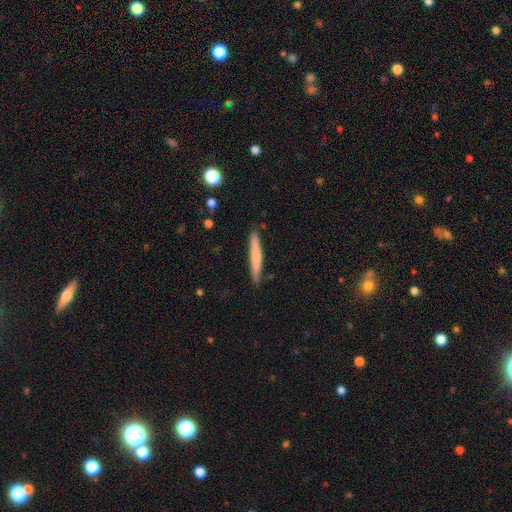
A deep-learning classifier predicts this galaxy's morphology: Smooth or featured? smooth (68%)
How rounded? cigar-shaped (96%)
Merging? none (86%)